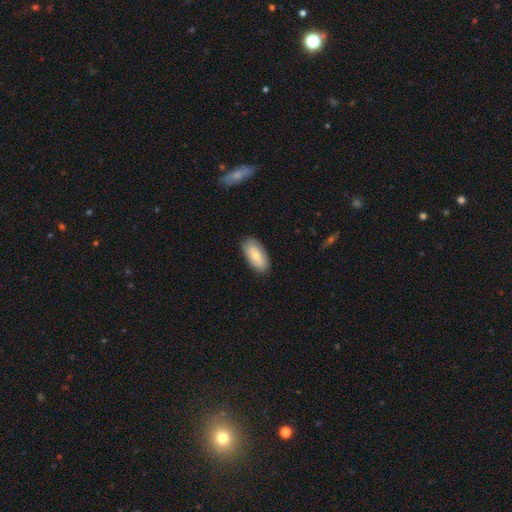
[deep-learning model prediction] Overall: smooth (72%). How rounded: in between (92%). Merging: none (85%).